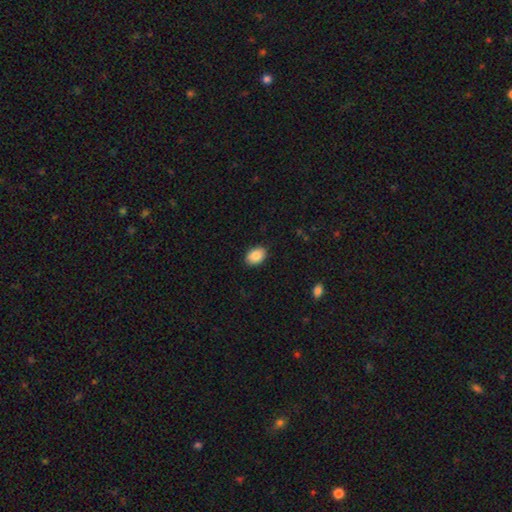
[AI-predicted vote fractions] smooth-or-featured: smooth: 90% | star or artifact: 7% | featured or disk: 4%
  how-rounded: in between: 80% | round: 19% | cigar-shaped: 1%
  merging: none: 88% | minor disturbance: 9% | major disturbance: 2% | merger: 1%